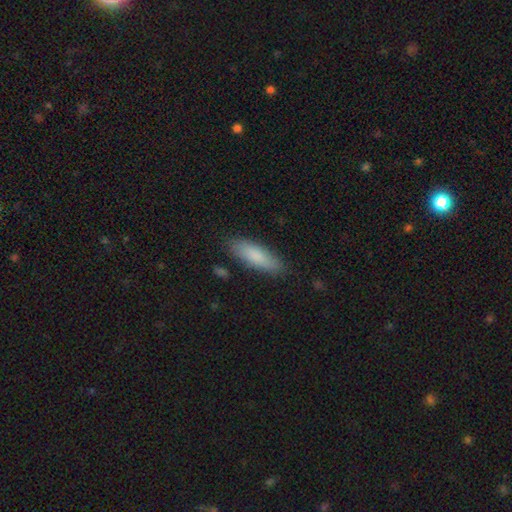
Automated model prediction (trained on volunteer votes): smooth 84%, featured or disk 10%, star or artifact 6%. Down the decision tree: how rounded — in between (51%); merging — none (85%).